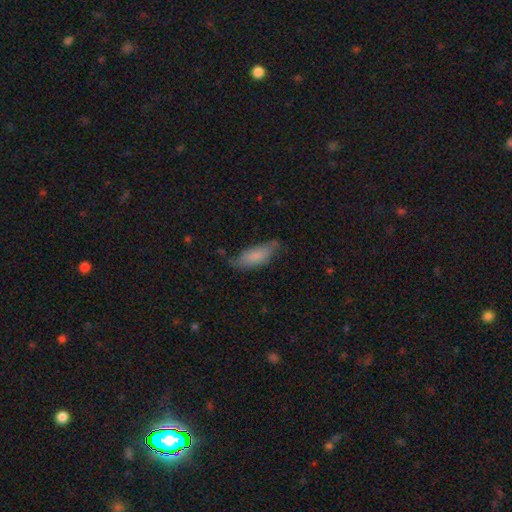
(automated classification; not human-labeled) Smooth or featured? smooth (77%)
How rounded? in between (72%)
Merging? none (60%)